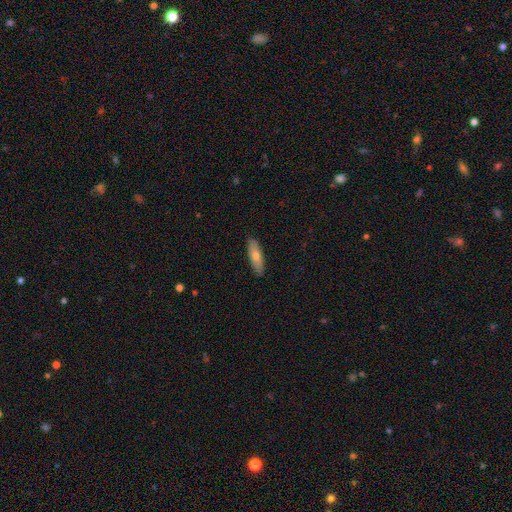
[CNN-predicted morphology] This appears to be a smooth galaxy with no disk features (66%) that is cigar-shaped (60%). Merging: none (89%).